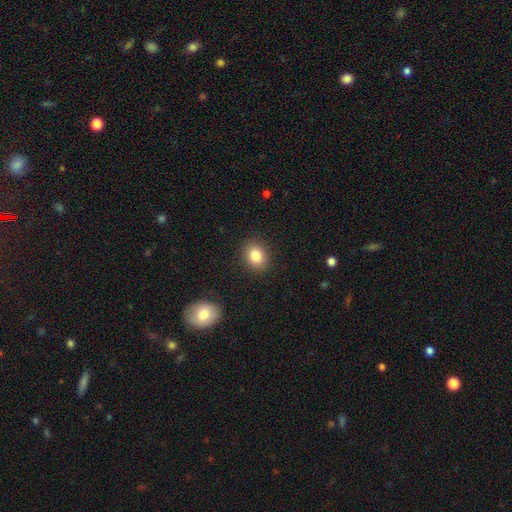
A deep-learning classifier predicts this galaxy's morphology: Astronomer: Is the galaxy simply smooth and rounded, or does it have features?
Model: smooth — 83%.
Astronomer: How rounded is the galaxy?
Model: in between — 52% (runner-up: round, 48%).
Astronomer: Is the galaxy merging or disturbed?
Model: none — 89%.